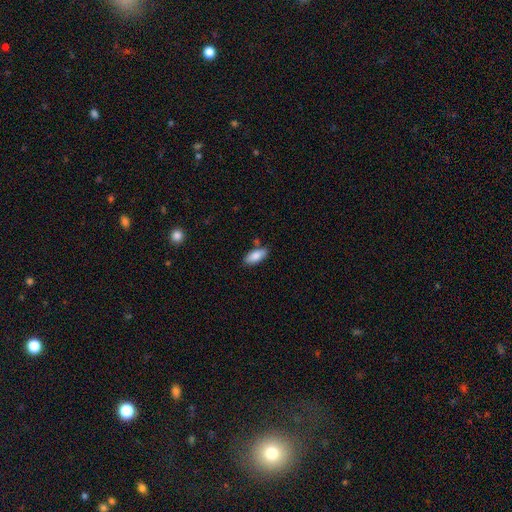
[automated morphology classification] type=smooth (86%); roundness=in between (85%); merging=none (80%).